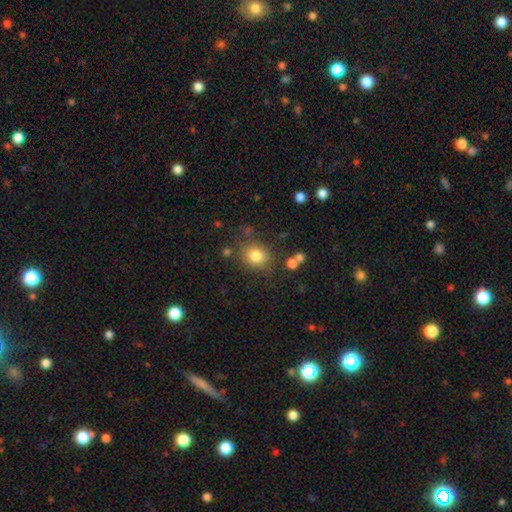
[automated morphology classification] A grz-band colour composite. It shows a smooth galaxy with no disk features (81%) that is round (72%). Merging: none (79%).